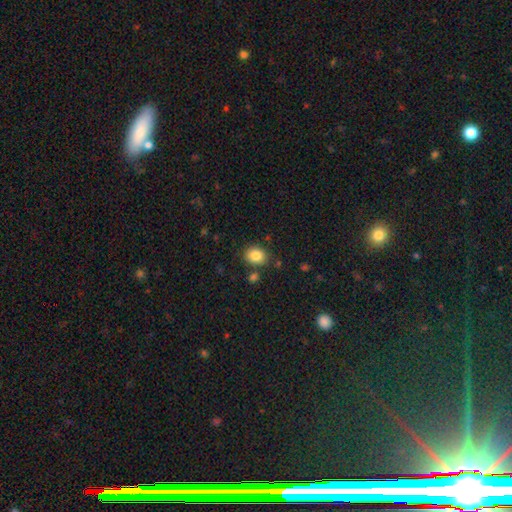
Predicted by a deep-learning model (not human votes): This is clearly a smooth galaxy (85%). How rounded: possibly in between (50%). Merging: clearly none (81%).